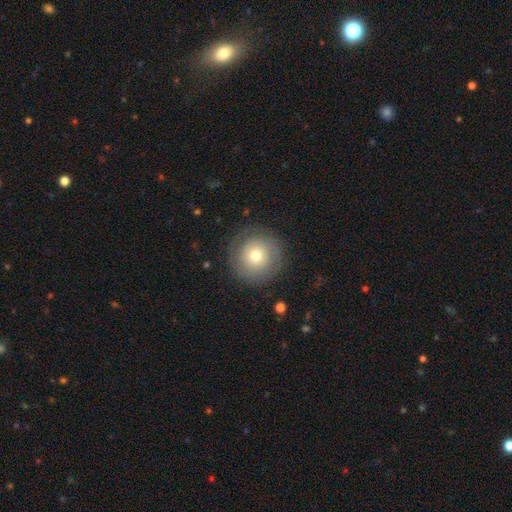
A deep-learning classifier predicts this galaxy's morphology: Smooth or featured? Predicted: smooth (p=0.57). How rounded? Predicted: round (p=0.96). Merging? Predicted: none (p=0.83).